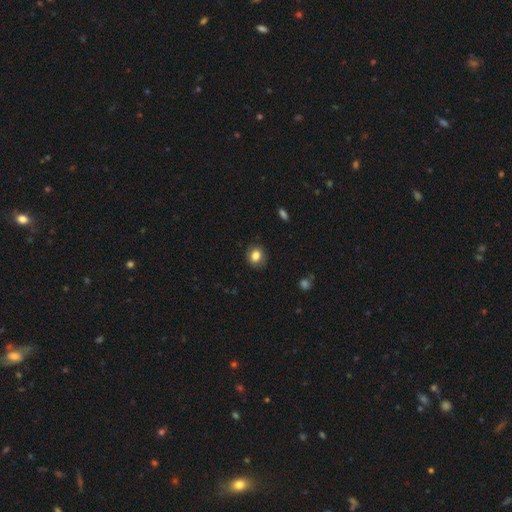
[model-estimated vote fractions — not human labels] This is clearly a smooth galaxy (82%). How rounded: likely round (64%). Merging: clearly none (83%).